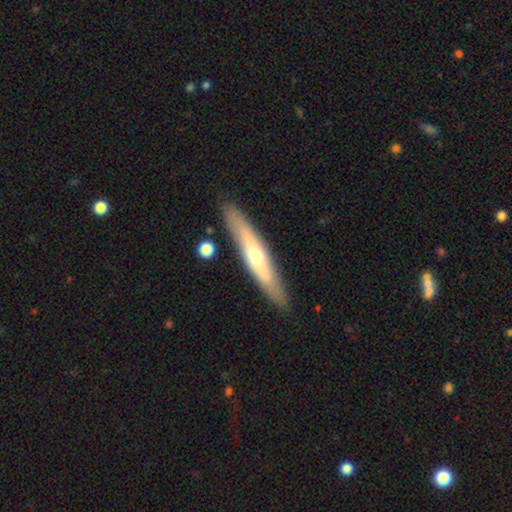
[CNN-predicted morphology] Smooth or featured: featured or disk — 54% (smooth — 40%)
Edge-on disk: yes — 78% (no — 22%)
Merging: none — 87% (minor disturbance — 9%)